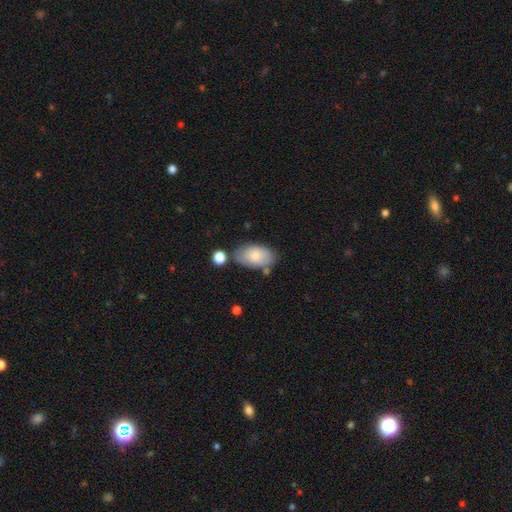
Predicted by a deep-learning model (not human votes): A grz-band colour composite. It shows a smooth galaxy with no disk features (76%) that is in between round and cigar-shaped (93%). Merging: none (68%).